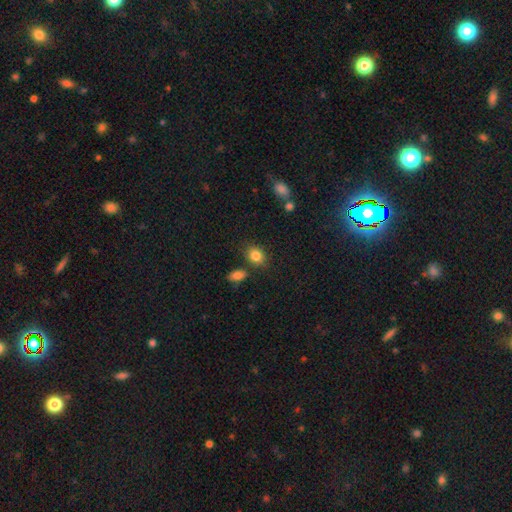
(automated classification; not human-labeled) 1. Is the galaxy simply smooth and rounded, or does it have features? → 84% smooth, 9% star or artifact, 6% featured or disk.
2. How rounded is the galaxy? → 59% in between, 40% round, 1% cigar-shaped.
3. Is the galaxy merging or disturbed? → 75% none, 13% minor disturbance, 9% merger, 4% major disturbance.